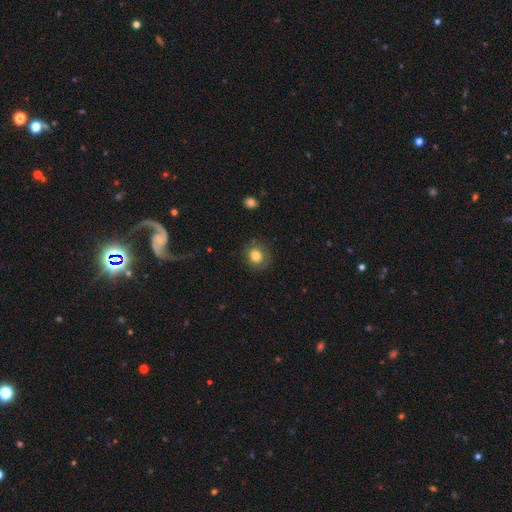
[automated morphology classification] Smooth or featured? Predicted: smooth (p=0.78). How rounded? Predicted: round (p=0.78). Merging? Predicted: none (p=0.81).